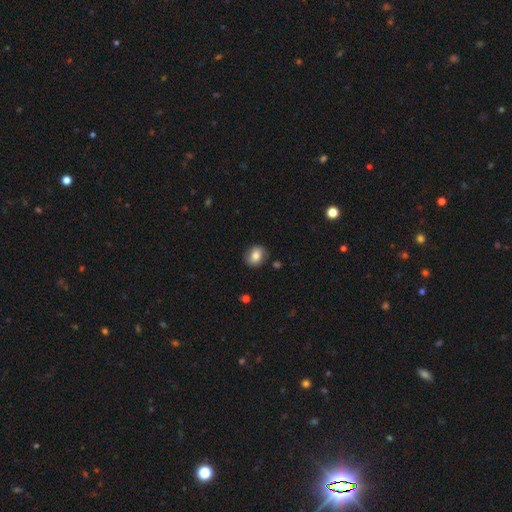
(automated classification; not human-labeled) This is likely a smooth galaxy (78%). How rounded: likely round (62%). Merging: clearly none (84%).